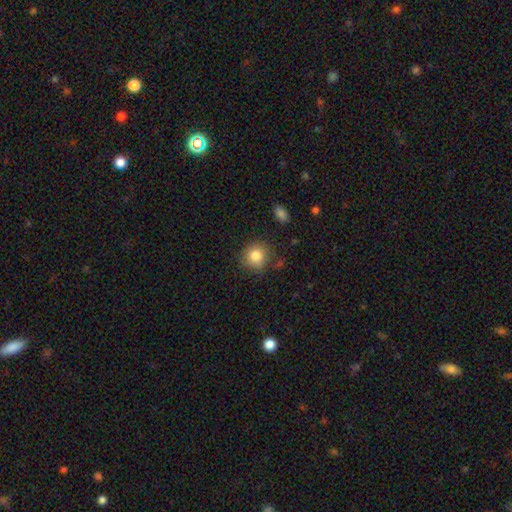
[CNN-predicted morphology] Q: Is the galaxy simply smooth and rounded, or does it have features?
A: smooth — 83%.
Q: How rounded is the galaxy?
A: round — 87%.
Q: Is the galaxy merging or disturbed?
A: none — 79%.